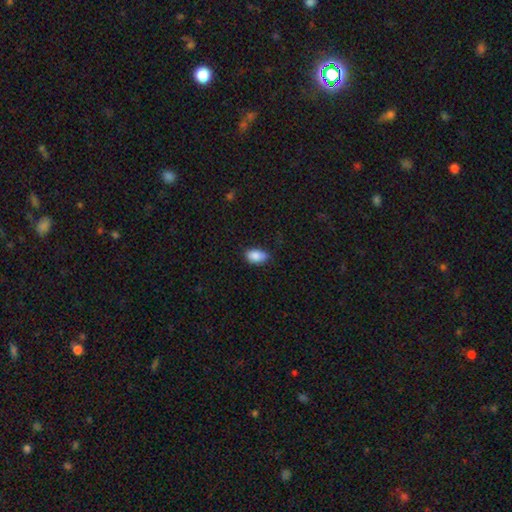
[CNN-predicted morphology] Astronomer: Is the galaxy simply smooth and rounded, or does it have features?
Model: smooth — 87%.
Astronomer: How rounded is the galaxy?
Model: in between — 90%.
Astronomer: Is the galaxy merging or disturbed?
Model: none — 63%.